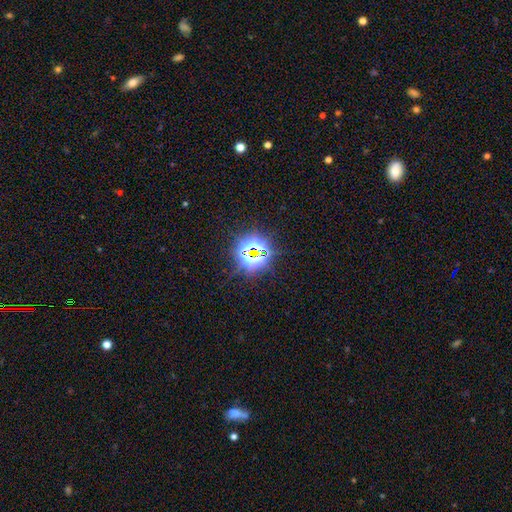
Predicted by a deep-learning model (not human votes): star or artifact 78%, smooth 13%, featured or disk 9%.